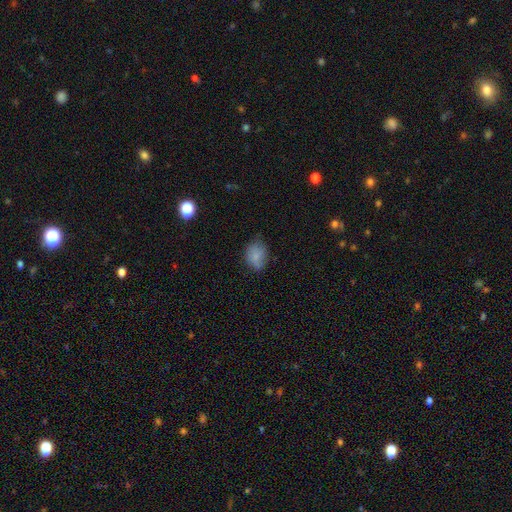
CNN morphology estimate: This appears to be a smooth galaxy with no disk features (81%) that is in between round and cigar-shaped (67%). Merging: none (67%).